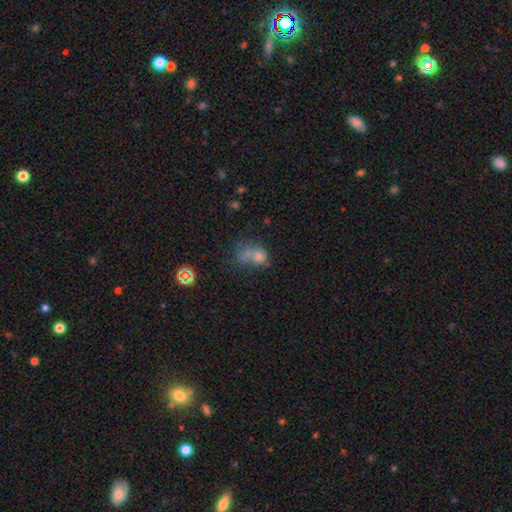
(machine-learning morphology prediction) A smooth galaxy with no disk features (67%) that is round (51%).

Vote fractions:
- Smooth or featured? smooth: 67% / featured or disk: 17% / star or artifact: 16%
- How rounded? round: 51% / in between: 48% / cigar-shaped: 1%
- Merging? merger: 51% / none: 24% / major disturbance: 13% / minor disturbance: 12%